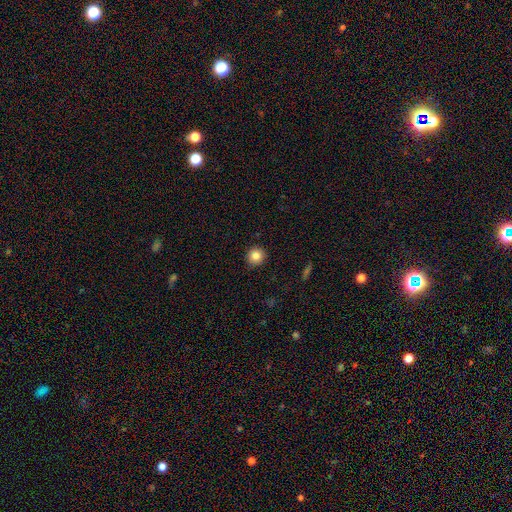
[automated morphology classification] Q: Smooth or featured?
A: smooth (85%); runner-up: star or artifact (10%)
Q: How rounded?
A: round (93%); runner-up: in between (6%)
Q: Merging?
A: none (91%); runner-up: minor disturbance (7%)